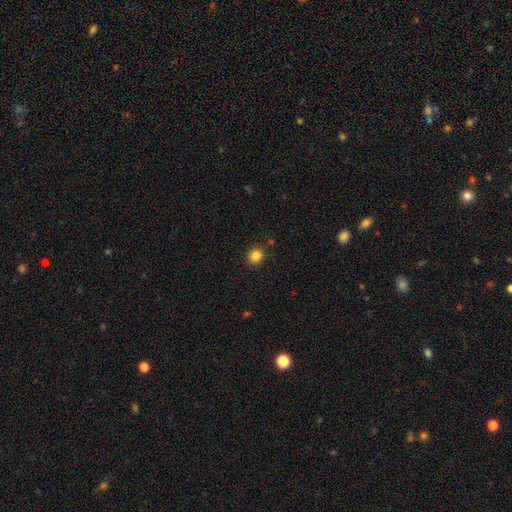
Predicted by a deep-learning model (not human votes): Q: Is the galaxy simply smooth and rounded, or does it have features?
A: smooth — 84%.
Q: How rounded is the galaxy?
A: round — 84%.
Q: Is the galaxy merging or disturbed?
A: none — 88%.